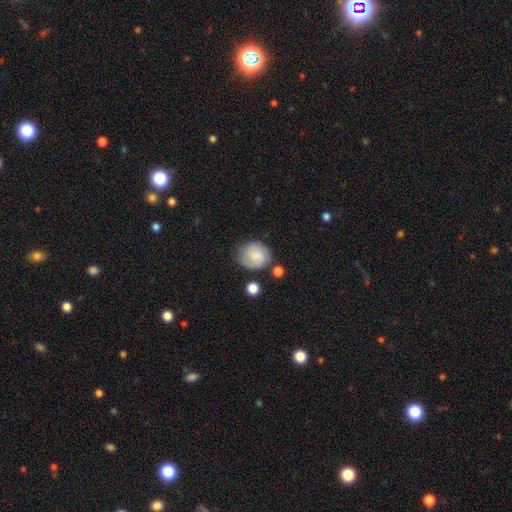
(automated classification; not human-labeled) Smooth or featured: smooth — 50% (featured or disk — 42%)
How rounded: round — 69% (in between — 30%)
Merging: none — 69% (minor disturbance — 18%)